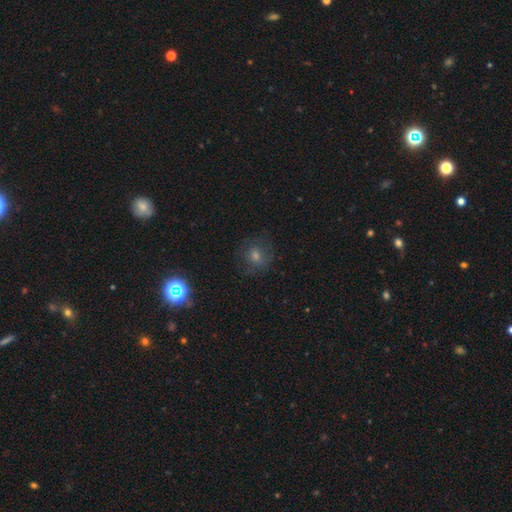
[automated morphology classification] Smooth or featured?
  - smooth: 49% *
  - star or artifact: 30%
  - featured or disk: 21%
Merging?
  - none: 78% *
  - minor disturbance: 14%
  - major disturbance: 7%
  - merger: 1%